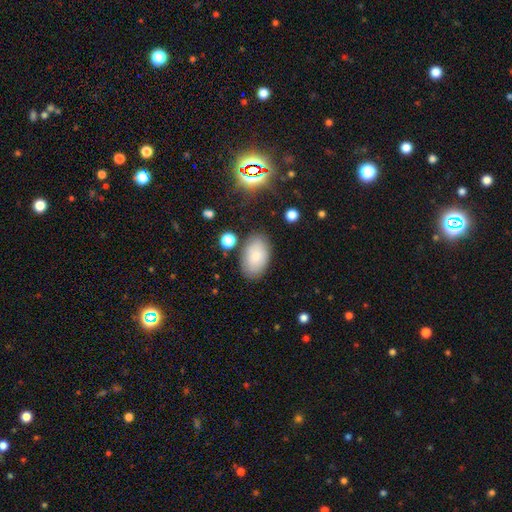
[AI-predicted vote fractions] Morphology: type=smooth (79%); roundness=in between (92%); merging=none (79%).